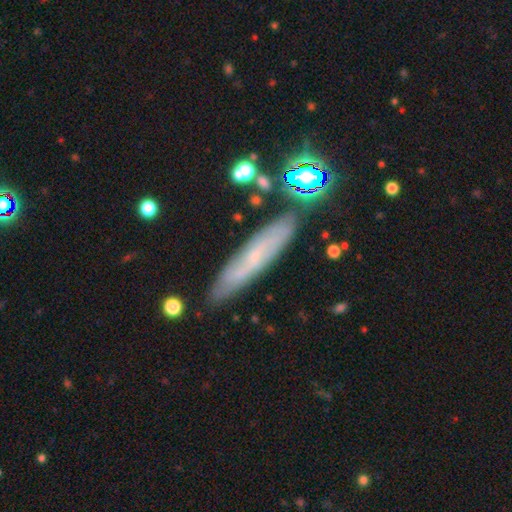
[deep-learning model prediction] Morphology: type=featured or disk (49%); merging=none (83%).